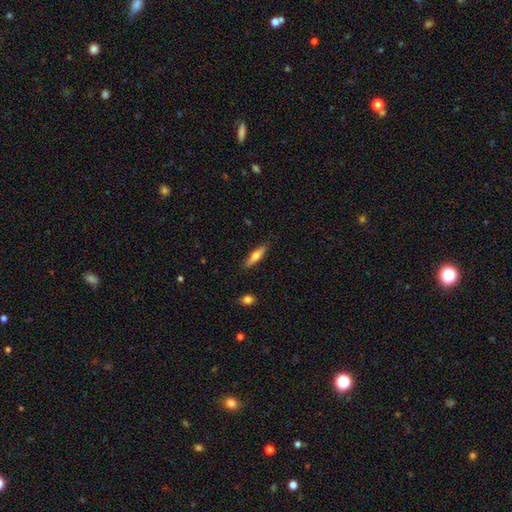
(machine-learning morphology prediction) Smooth or featured: smooth — 58% (featured or disk — 36%)
How rounded: cigar-shaped — 72% (in between — 26%)
Merging: none — 87% (minor disturbance — 9%)